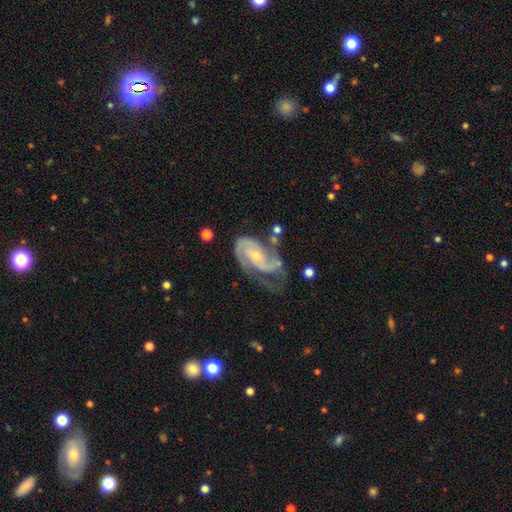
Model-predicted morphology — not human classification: This is clearly a featured or disk galaxy (88%). It is clearly not viewed edge-on (97%). Bar: possibly no (55%). Spiral arm pattern: clearly yes (96%). Spiral arm count: likely 2 (71%). Spiral winding: marginally medium (45%). Central bulge: likely small (63%). Merging: marginally none (44%).